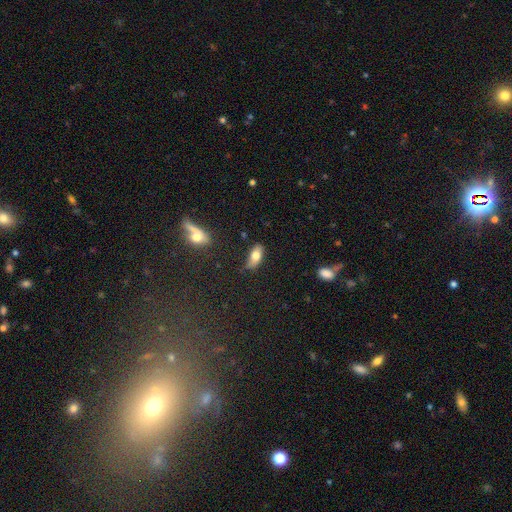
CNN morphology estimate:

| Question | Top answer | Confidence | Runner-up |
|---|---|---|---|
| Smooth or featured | smooth | 74% | featured or disk (18%) |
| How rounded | in between | 85% | cigar-shaped (11%) |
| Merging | none | 67% | minor disturbance (24%) |